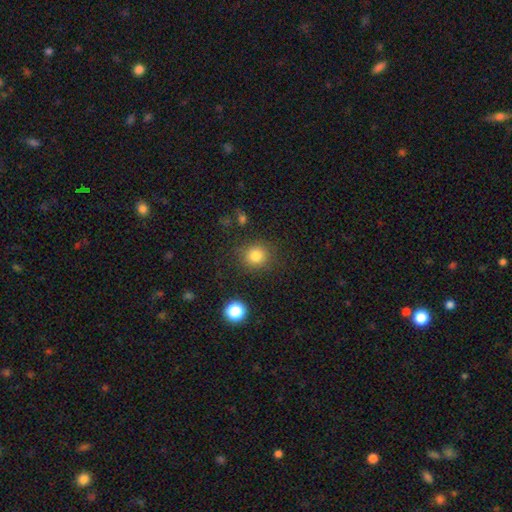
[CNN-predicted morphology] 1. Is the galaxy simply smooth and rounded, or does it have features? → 82% smooth, 12% star or artifact, 6% featured or disk.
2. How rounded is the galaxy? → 86% round, 13% in between, 1% cigar-shaped.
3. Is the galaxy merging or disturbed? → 84% none, 10% minor disturbance, 4% major disturbance, 2% merger.